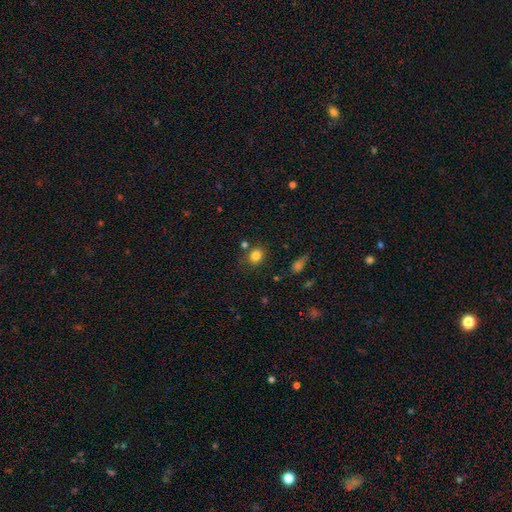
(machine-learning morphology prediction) Smooth or featured?
  - smooth: 82% *
  - star or artifact: 12%
  - featured or disk: 6%
How rounded?
  - round: 73% *
  - in between: 26%
  - cigar-shaped: 1%
Merging?
  - none: 77% *
  - minor disturbance: 12%
  - merger: 6%
  - major disturbance: 4%